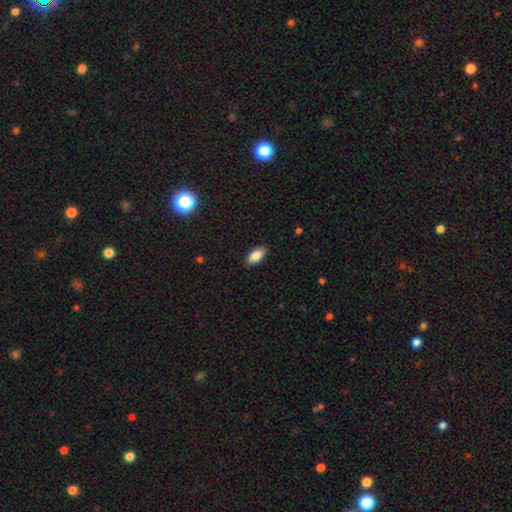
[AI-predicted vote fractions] Smooth or featured: smooth — 87% (star or artifact — 7%)
How rounded: in between — 91% (cigar-shaped — 6%)
Merging: none — 87% (minor disturbance — 9%)